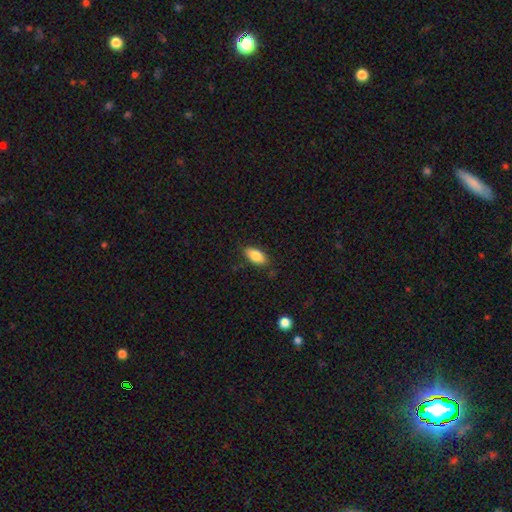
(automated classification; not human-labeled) The model was most divided on "merging": none: 82%, minor disturbance: 14%, major disturbance: 3%, merger: 1%. More confident: how rounded — in between (89%); smooth or featured — smooth (83%).